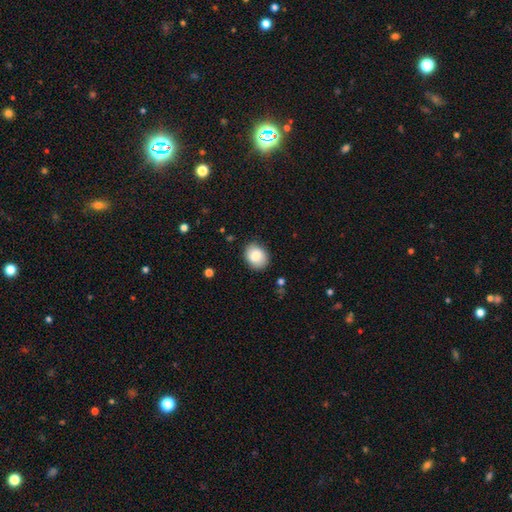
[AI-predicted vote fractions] A smooth galaxy with no disk features (83%) that is round (52%).

Vote fractions:
- Smooth or featured? smooth: 83% / featured or disk: 10% / star or artifact: 7%
- How rounded? round: 52% / in between: 47% / cigar-shaped: 1%
- Merging? none: 83% / minor disturbance: 13% / major disturbance: 3% / merger: 1%